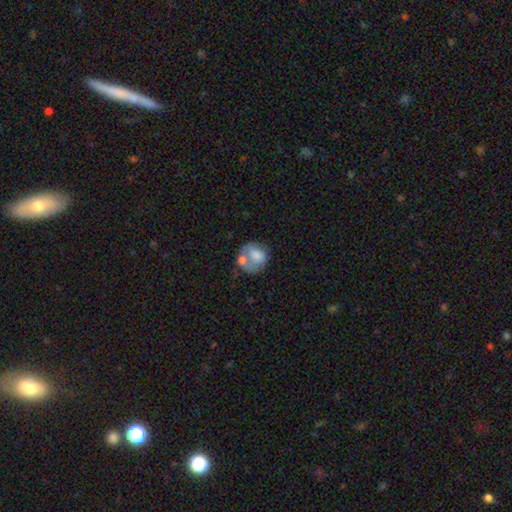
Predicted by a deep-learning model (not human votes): This appears to be a smooth galaxy with no disk features (62%) that is round (66%). Merging: none (34%).